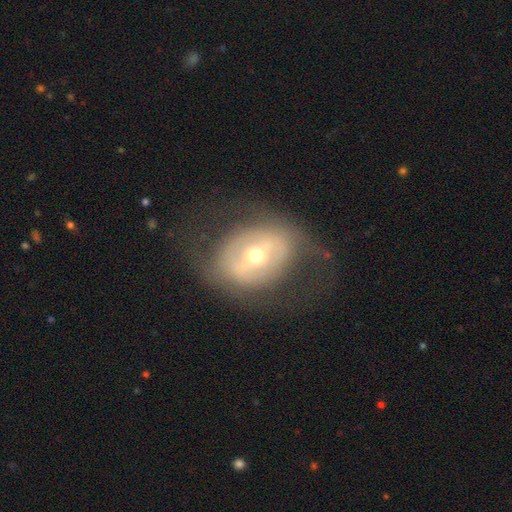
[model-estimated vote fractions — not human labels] featured or disk 63%, smooth 29%, star or artifact 8%. Down the decision tree: edge-on disk — no (92%); bar — strong (36%); spiral arms — no (68%); bulge size — moderate (56%); merging — none (62%).